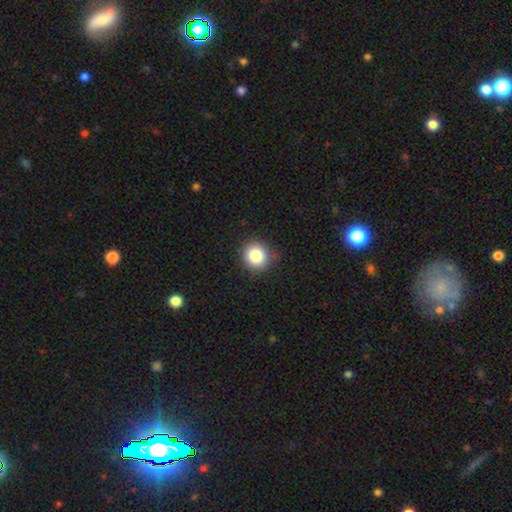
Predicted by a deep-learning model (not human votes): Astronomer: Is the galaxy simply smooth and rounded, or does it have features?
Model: smooth — 84%.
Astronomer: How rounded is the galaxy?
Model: round — 91%.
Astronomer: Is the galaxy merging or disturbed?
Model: none — 84%.